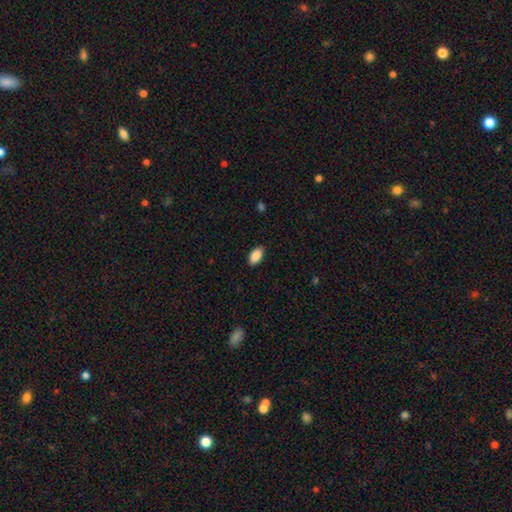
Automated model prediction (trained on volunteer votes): Smooth or featured: smooth — 89% (star or artifact — 7%)
How rounded: in between — 94% (round — 3%)
Merging: none — 86% (minor disturbance — 11%)